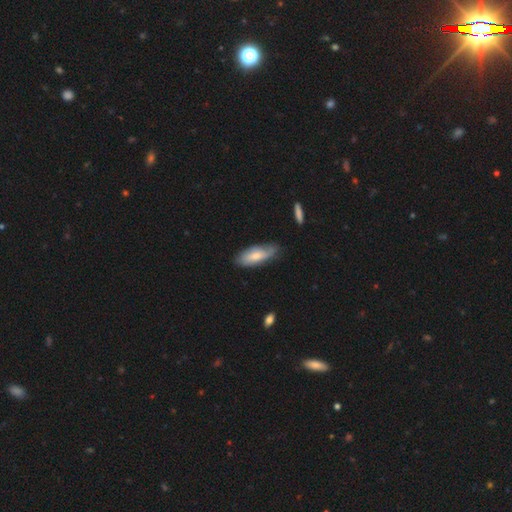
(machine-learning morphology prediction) A smooth galaxy with no disk features (66%) that is in between round and cigar-shaped (73%).

Vote fractions:
- Smooth or featured? smooth: 66% / featured or disk: 28% / star or artifact: 5%
- How rounded? in between: 73% / cigar-shaped: 26% / round: 2%
- Merging? none: 68% / minor disturbance: 26% / major disturbance: 5% / merger: 2%